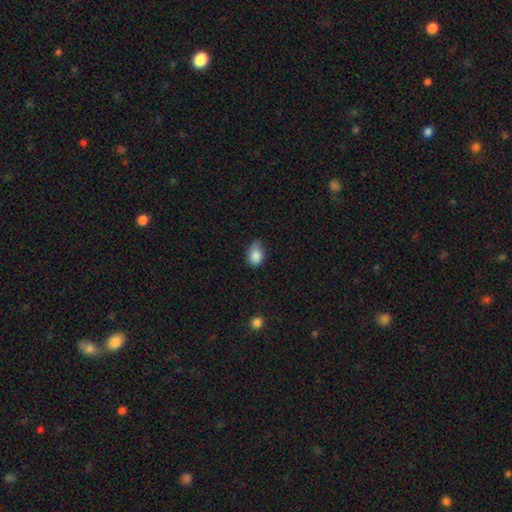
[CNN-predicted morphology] This is clearly a smooth galaxy (85%). How rounded: likely in between (76%). Merging: possibly minor disturbance (45%).